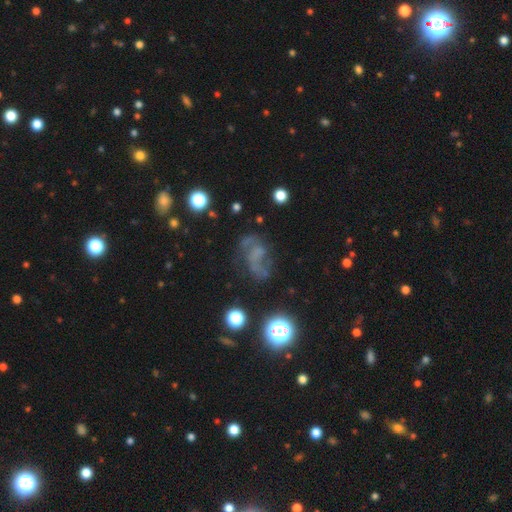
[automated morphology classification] The model was most divided on "merging": none: 49%, major disturbance: 25%, minor disturbance: 21%, merger: 6%. More confident: edge-on disk — no (96%); spiral arms — yes (74%); bulge size — none (66%); bar — no (66%); smooth or featured — featured or disk (56%).